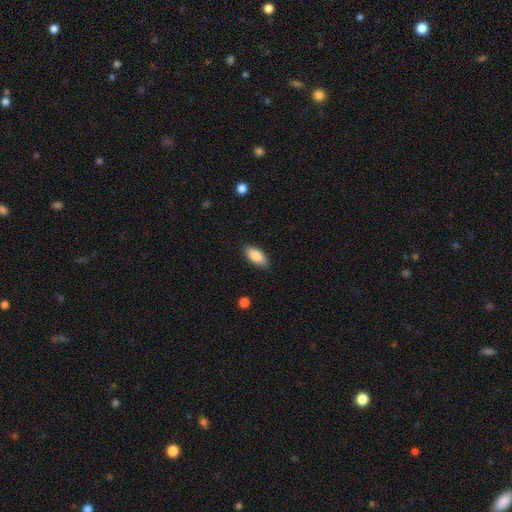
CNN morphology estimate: Q: Smooth or featured?
A: smooth (86%); runner-up: featured or disk (8%)
Q: How rounded?
A: in between (88%); runner-up: cigar-shaped (9%)
Q: Merging?
A: none (87%); runner-up: minor disturbance (10%)